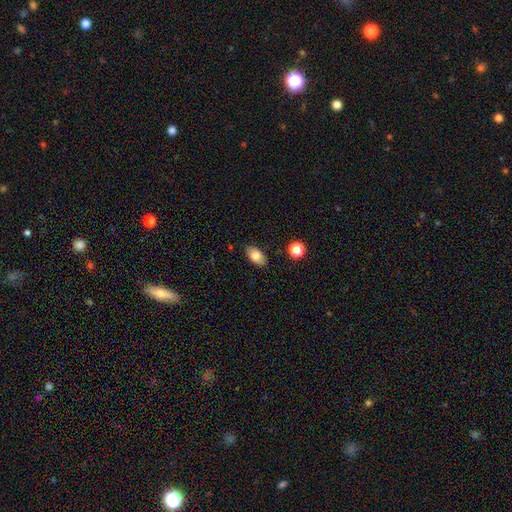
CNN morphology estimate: smooth-or-featured: smooth: 81% | featured or disk: 11% | star or artifact: 8%
  how-rounded: in between: 92% | round: 6% | cigar-shaped: 2%
  merging: none: 85% | minor disturbance: 11% | major disturbance: 2% | merger: 2%